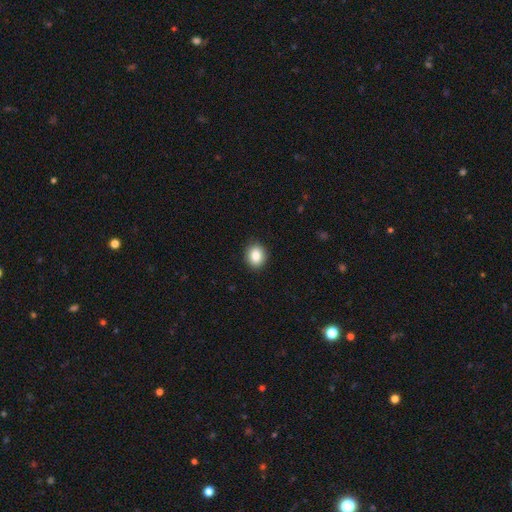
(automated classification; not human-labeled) smooth 86%, star or artifact 9%, featured or disk 6%. Down the decision tree: how rounded — round (65%); merging — none (91%).